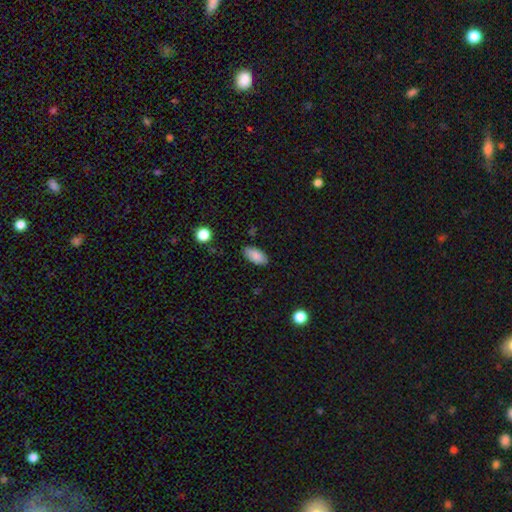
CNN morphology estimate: This is clearly a smooth galaxy (87%). How rounded: clearly in between (92%). Merging: clearly none (85%).